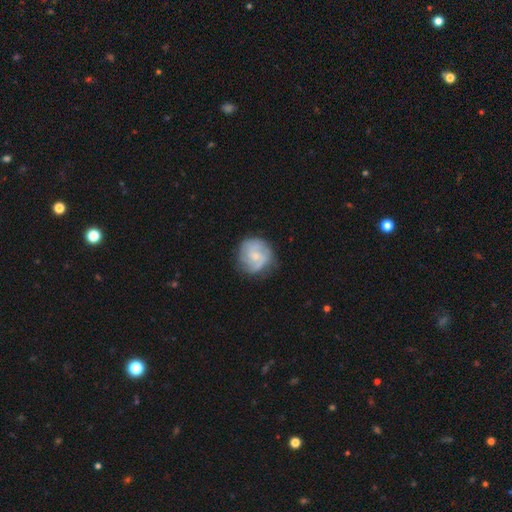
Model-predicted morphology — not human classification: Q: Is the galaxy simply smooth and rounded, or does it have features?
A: featured or disk — 66%.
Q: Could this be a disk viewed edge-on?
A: no — 98%.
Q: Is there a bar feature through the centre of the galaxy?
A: no — 65%.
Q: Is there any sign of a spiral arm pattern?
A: yes — 90%.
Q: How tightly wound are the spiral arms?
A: tight — 42%, tied with medium.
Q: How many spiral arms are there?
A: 2 — 31%.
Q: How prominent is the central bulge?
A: small — 62%.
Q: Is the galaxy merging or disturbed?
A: none — 72%.